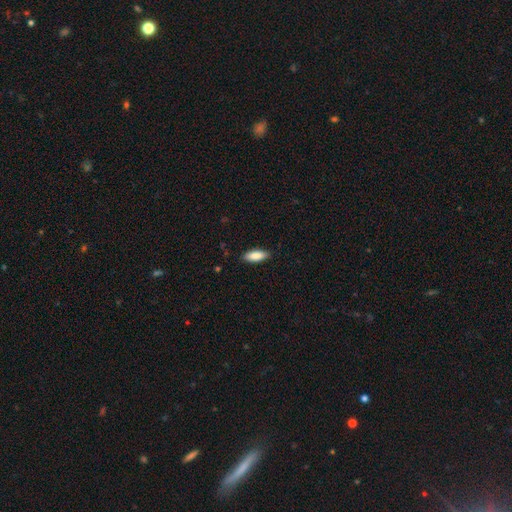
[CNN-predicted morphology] Smooth or featured?
  - smooth: 88% *
  - featured or disk: 6%
  - star or artifact: 6%
How rounded?
  - in between: 72% *
  - cigar-shaped: 26%
  - round: 2%
Merging?
  - none: 88% *
  - minor disturbance: 10%
  - major disturbance: 2%
  - merger: 1%